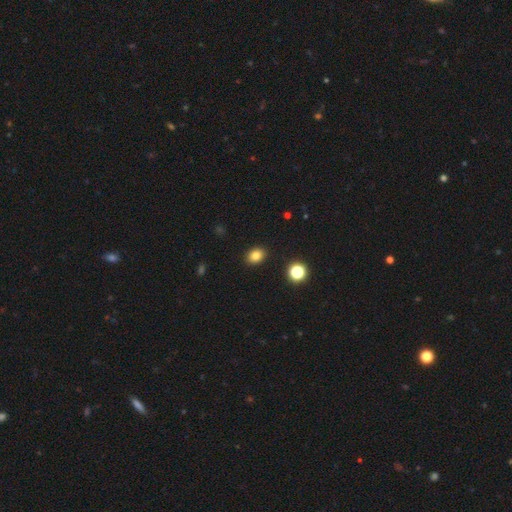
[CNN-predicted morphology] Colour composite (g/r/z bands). It shows a smooth galaxy with no disk features (82%) that is in between round and cigar-shaped (54%). Merging: none (90%).